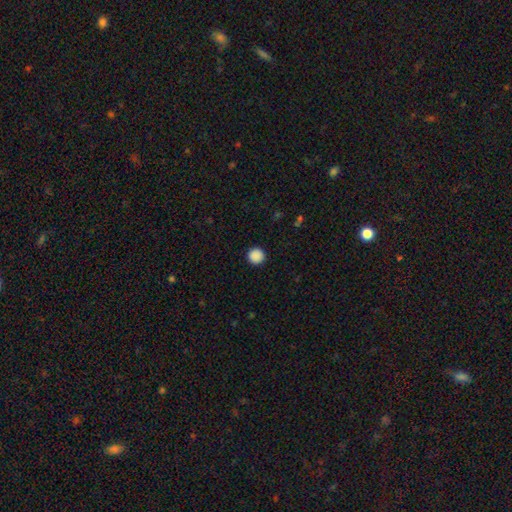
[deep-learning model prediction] smooth 89%, star or artifact 9%, featured or disk 2%. Down the decision tree: how rounded — round (96%); merging — none (93%).